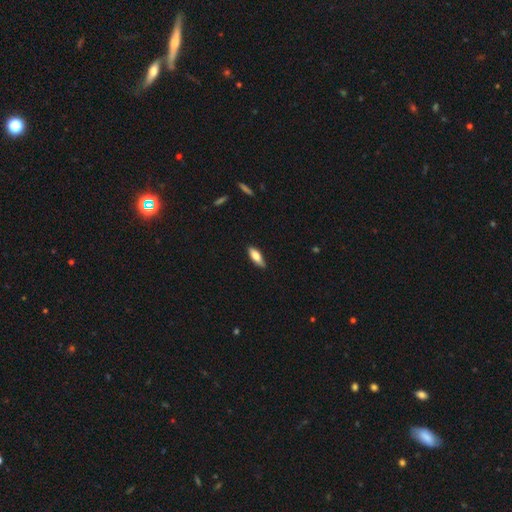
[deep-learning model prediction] Smooth or featured? smooth (75%)
How rounded? in between (64%)
Merging? none (80%)